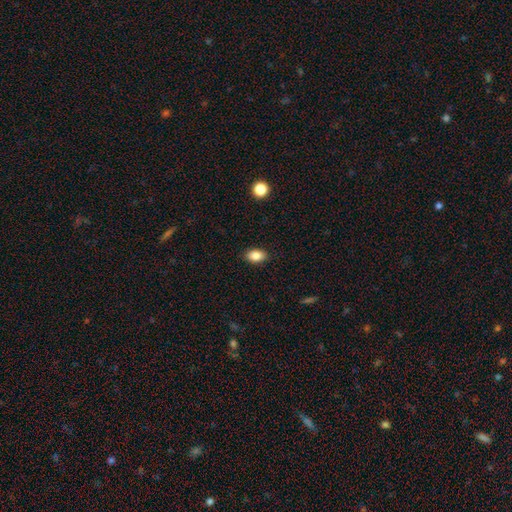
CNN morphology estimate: This appears to be a smooth galaxy with no disk features (85%) that is in between round and cigar-shaped (86%). Merging: none (89%).